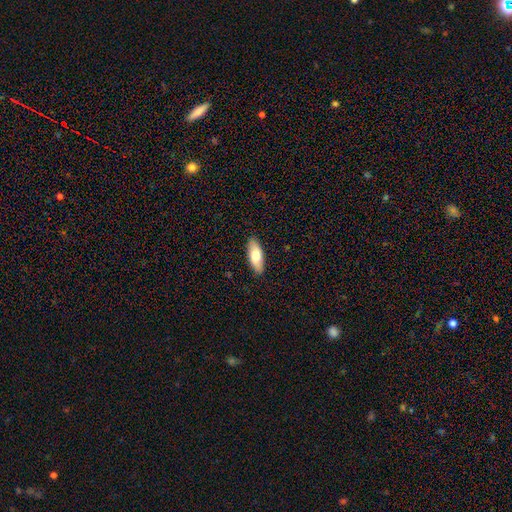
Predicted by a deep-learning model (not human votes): Smooth or featured?
  - smooth: 72% *
  - featured or disk: 22%
  - star or artifact: 5%
How rounded?
  - in between: 74% *
  - cigar-shaped: 24%
  - round: 2%
Merging?
  - none: 89% *
  - minor disturbance: 9%
  - major disturbance: 2%
  - merger: 1%